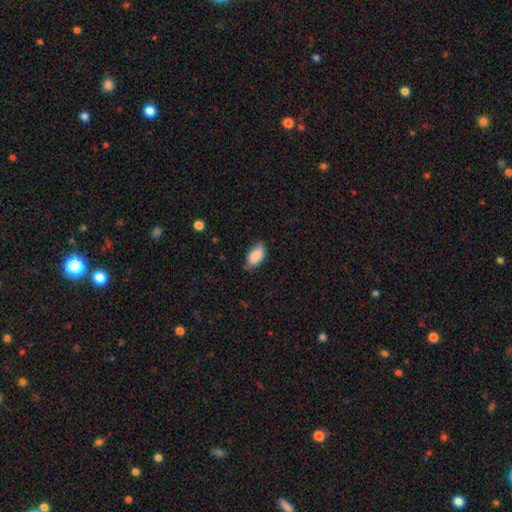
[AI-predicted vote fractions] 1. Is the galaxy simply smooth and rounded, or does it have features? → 87% smooth, 7% star or artifact, 7% featured or disk.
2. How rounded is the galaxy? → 93% in between, 4% cigar-shaped, 3% round.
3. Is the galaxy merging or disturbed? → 70% none, 24% minor disturbance, 4% major disturbance, 1% merger.